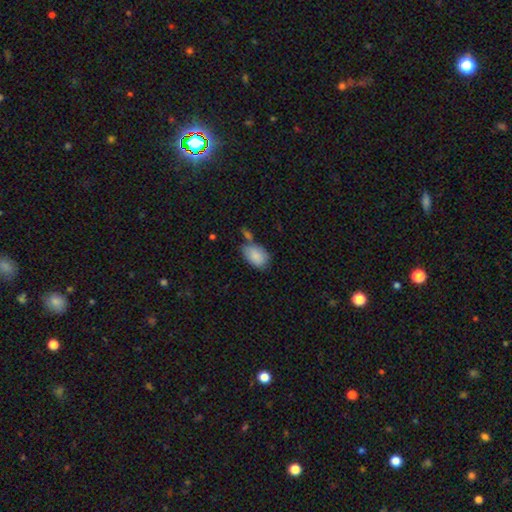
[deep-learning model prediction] smooth 85%, featured or disk 8%, star or artifact 7%. Down the decision tree: how rounded — in between (89%); merging — none (51%).